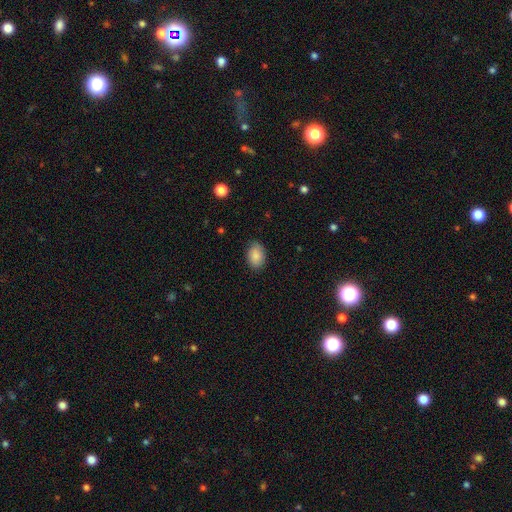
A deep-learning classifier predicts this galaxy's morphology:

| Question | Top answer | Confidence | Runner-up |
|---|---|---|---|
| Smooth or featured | smooth | 85% | featured or disk (7%) |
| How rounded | in between | 82% | round (17%) |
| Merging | none | 79% | minor disturbance (17%) |